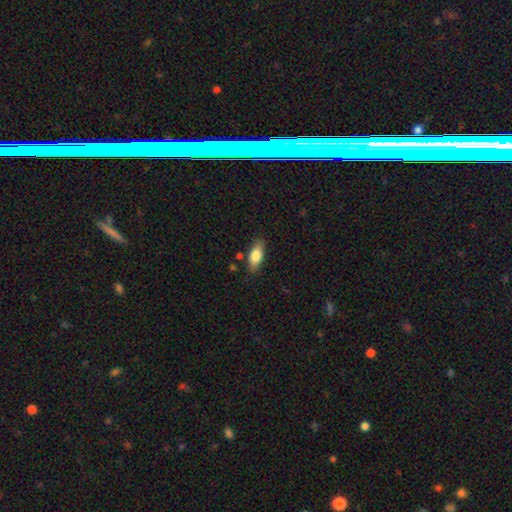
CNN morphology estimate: This appears to be a smooth galaxy with no disk features (79%) that is in between round and cigar-shaped (82%). Merging: none (81%).